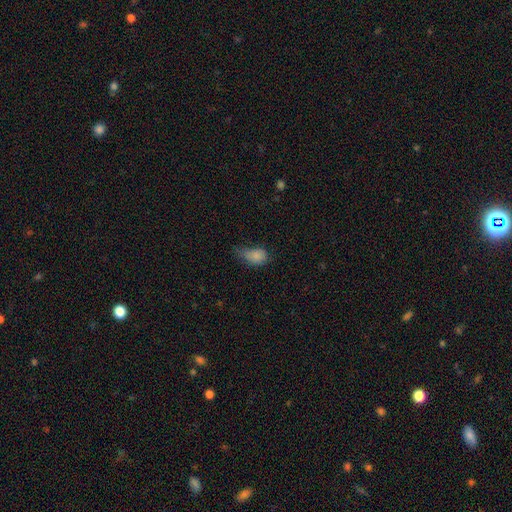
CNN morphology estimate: Overall: smooth (81%). How rounded: in between (85%). Merging: minor disturbance (42%; major disturbance 27%).